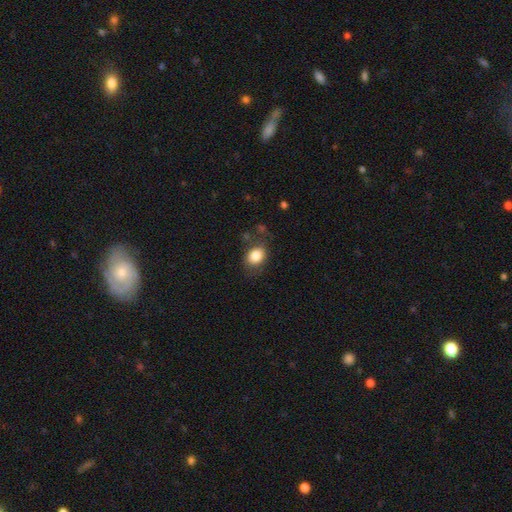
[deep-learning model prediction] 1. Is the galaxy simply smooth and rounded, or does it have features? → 83% smooth, 9% star or artifact, 8% featured or disk.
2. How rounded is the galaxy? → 61% in between, 38% round, 1% cigar-shaped.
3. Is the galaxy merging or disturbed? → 70% none, 19% minor disturbance, 7% major disturbance, 3% merger.